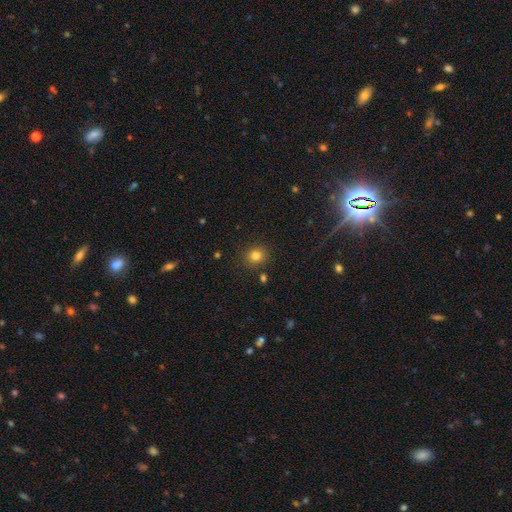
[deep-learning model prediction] smooth-or-featured: smooth: 81% | star or artifact: 13% | featured or disk: 6%
  how-rounded: round: 87% | in between: 12% | cigar-shaped: 1%
  merging: none: 86% | minor disturbance: 8% | merger: 3% | major disturbance: 3%